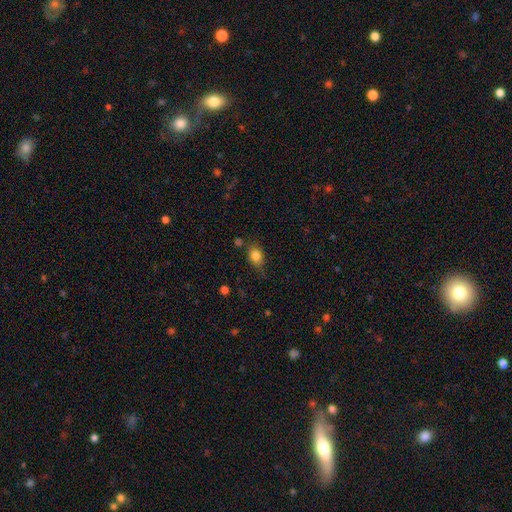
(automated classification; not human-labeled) smooth-or-featured: smooth: 82% | star or artifact: 10% | featured or disk: 8%
  how-rounded: in between: 61% | round: 37% | cigar-shaped: 2%
  merging: none: 67% | minor disturbance: 22% | major disturbance: 6% | merger: 5%